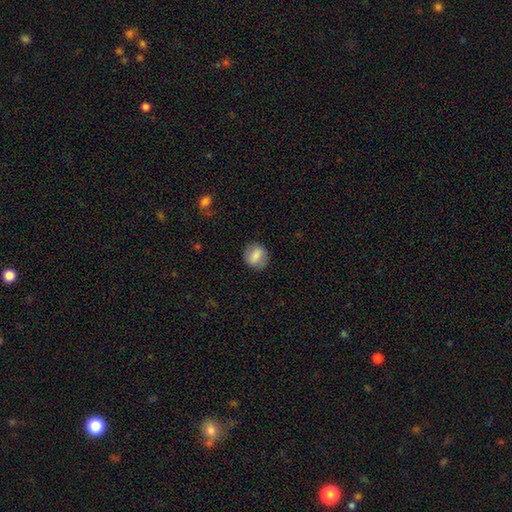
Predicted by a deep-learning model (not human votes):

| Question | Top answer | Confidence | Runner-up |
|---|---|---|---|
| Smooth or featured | smooth | 80% | featured or disk (12%) |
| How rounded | round | 73% | in between (25%) |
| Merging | none | 83% | minor disturbance (12%) |